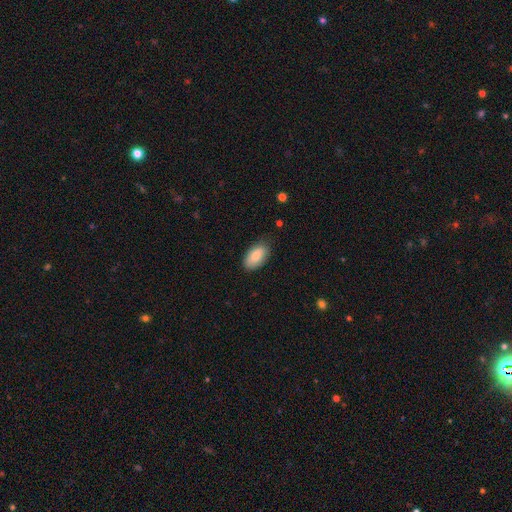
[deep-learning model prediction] A smooth galaxy with no disk features (85%) that is in between round and cigar-shaped (94%).

Vote fractions:
- Smooth or featured? smooth: 85% / featured or disk: 8% / star or artifact: 7%
- How rounded? in between: 94% / round: 3% / cigar-shaped: 2%
- Merging? none: 81% / minor disturbance: 15% / major disturbance: 3% / merger: 1%